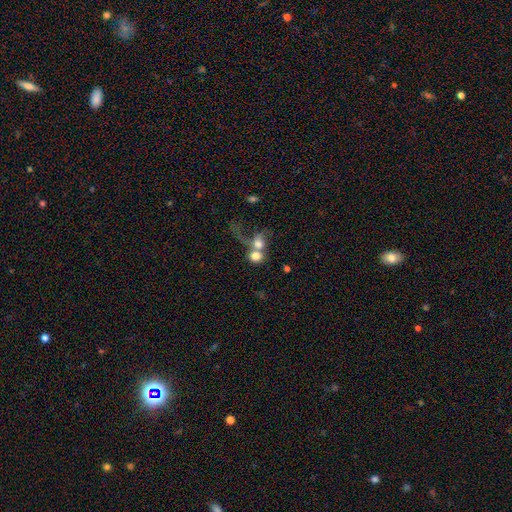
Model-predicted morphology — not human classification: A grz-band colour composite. It shows a smooth galaxy with no disk features (64%) that is round (71%). Merging: merger (66%).